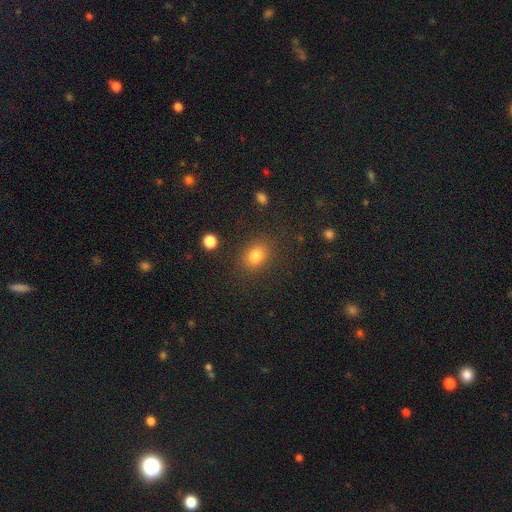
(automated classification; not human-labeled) Smooth or featured? Predicted: smooth (p=0.81). How rounded? Predicted: in between (p=0.56). Merging? Predicted: none (p=0.83).